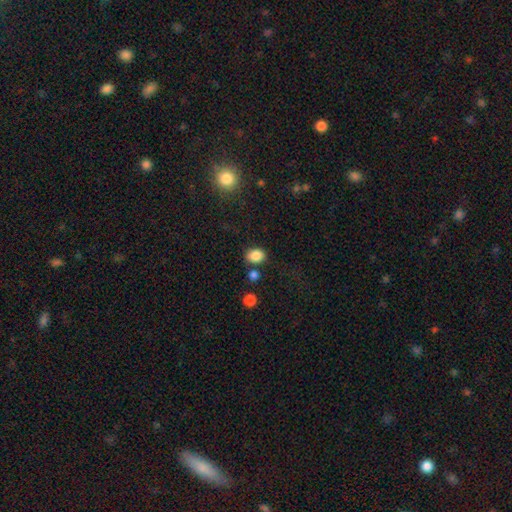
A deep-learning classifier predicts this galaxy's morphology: smooth_or_featured: smooth (p=0.85) [alt: star or artifact p=0.10]
how_rounded: in between (p=0.65) [alt: round p=0.34]
merging: none (p=0.76) [alt: minor disturbance p=0.12]